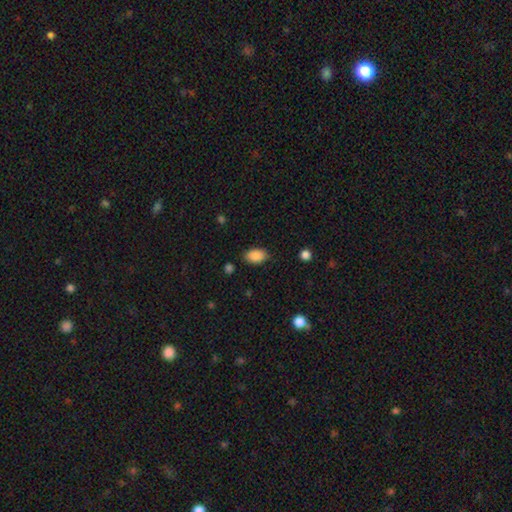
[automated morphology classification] smooth-or-featured: smooth: 89% | star or artifact: 8% | featured or disk: 3%
  how-rounded: in between: 90% | round: 9% | cigar-shaped: 1%
  merging: none: 82% | minor disturbance: 13% | major disturbance: 3% | merger: 2%